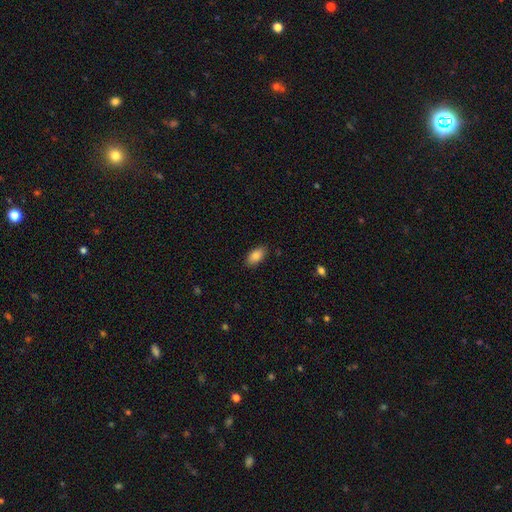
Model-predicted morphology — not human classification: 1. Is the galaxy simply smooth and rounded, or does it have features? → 85% smooth, 7% featured or disk, 7% star or artifact.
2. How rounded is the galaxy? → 93% in between, 4% cigar-shaped, 3% round.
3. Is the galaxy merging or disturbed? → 87% none, 10% minor disturbance, 2% major disturbance, 1% merger.